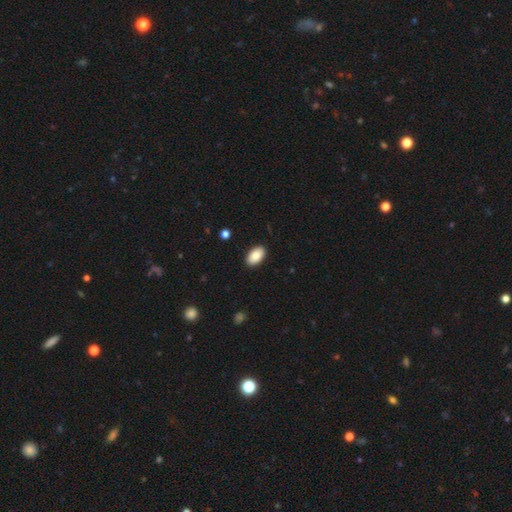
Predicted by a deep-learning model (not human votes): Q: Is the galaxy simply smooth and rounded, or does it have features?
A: smooth — 86%.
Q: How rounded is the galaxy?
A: in between — 94%.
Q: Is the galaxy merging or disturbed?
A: none — 90%.